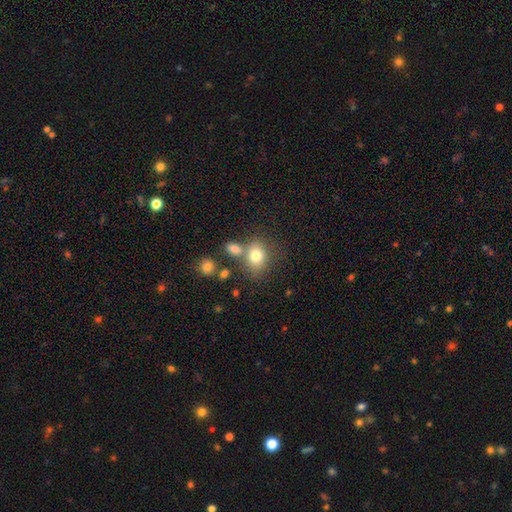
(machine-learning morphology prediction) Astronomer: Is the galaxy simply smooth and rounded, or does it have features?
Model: smooth — 78%.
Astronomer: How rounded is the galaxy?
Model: in between — 50% (runner-up: round, 49%).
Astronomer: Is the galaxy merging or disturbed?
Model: none — 59%.